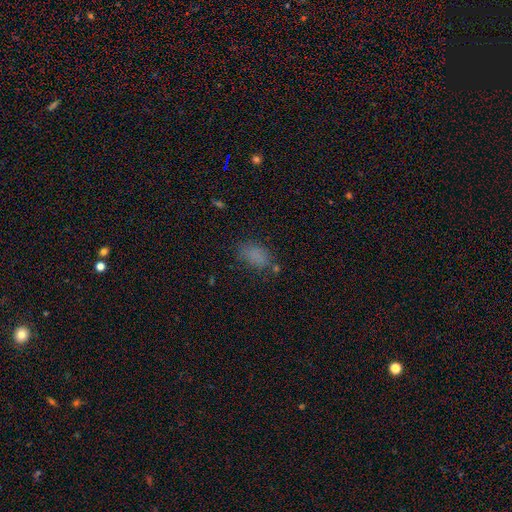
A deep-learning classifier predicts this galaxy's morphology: Smooth or featured?
  - smooth: 80% *
  - star or artifact: 14%
  - featured or disk: 6%
How rounded?
  - in between: 87% *
  - round: 11%
  - cigar-shaped: 2%
Merging?
  - none: 72% *
  - minor disturbance: 17%
  - major disturbance: 6%
  - merger: 4%